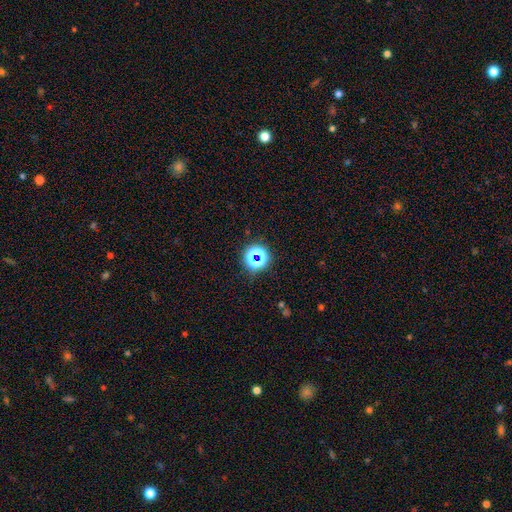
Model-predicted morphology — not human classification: smooth_or_featured: star or artifact (p=0.61) [alt: smooth p=0.29]